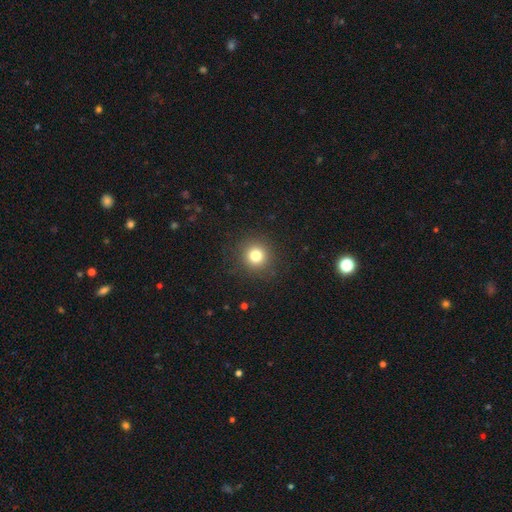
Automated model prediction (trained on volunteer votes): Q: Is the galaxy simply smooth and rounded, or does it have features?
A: smooth — 79%.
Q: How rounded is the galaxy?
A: round — 94%.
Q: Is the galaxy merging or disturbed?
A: none — 90%.